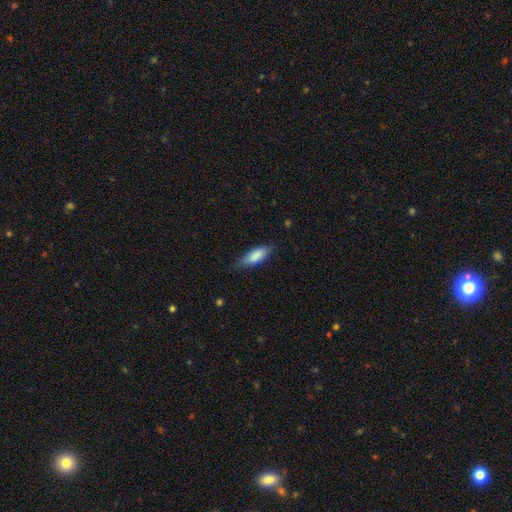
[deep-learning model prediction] Smooth or featured?
  - smooth: 85% *
  - featured or disk: 9%
  - star or artifact: 6%
How rounded?
  - in between: 69% *
  - cigar-shaped: 29%
  - round: 2%
Merging?
  - none: 74% *
  - minor disturbance: 21%
  - major disturbance: 4%
  - merger: 1%